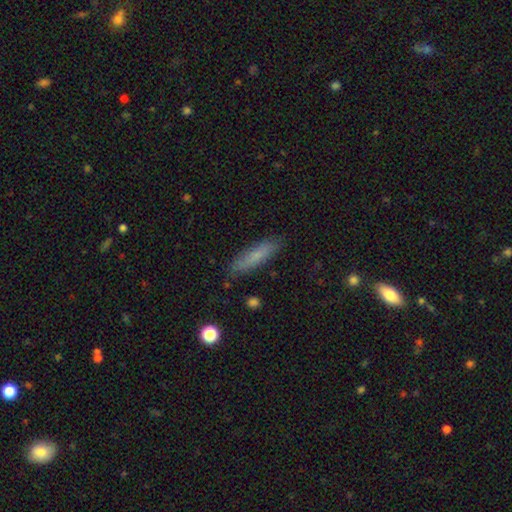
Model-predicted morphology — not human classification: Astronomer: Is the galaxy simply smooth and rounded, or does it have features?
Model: smooth — 75%.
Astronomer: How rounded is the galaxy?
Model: cigar-shaped — 79%.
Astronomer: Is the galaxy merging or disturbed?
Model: none — 85%.